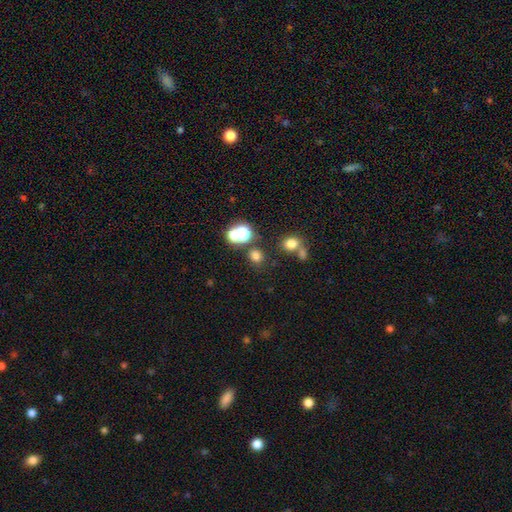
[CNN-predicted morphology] Smooth or featured: smooth — 71% (star or artifact — 22%)
How rounded: round — 83% (in between — 16%)
Merging: none — 72% (merger — 15%)